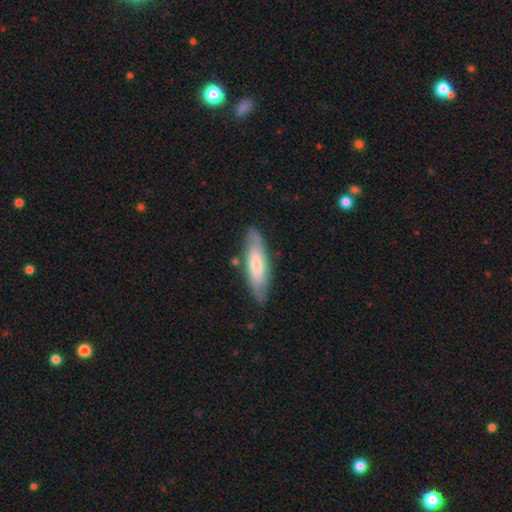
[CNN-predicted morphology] Smooth or featured? smooth (56%)
How rounded? cigar-shaped (58%)
Merging? none (79%)